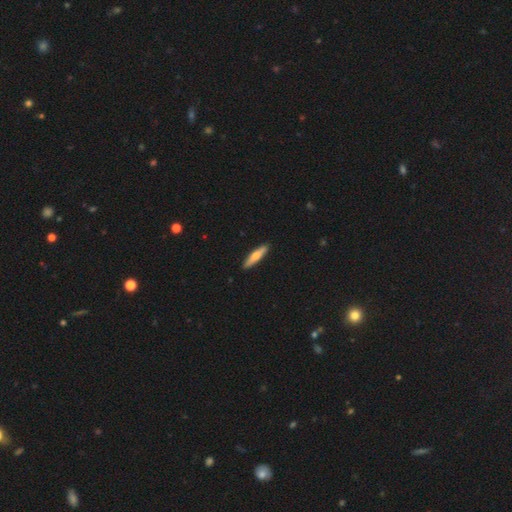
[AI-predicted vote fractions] The model was most divided on "smooth or featured": smooth: 62%, featured or disk: 33%, star or artifact: 5%. More confident: merging — none (91%); how rounded — cigar-shaped (84%).